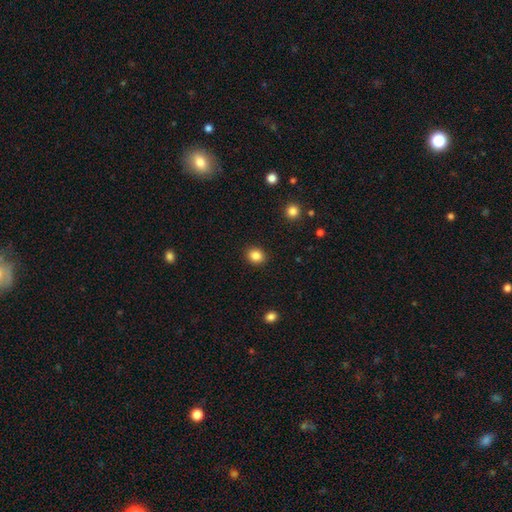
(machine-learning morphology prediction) Smooth or featured? smooth (85%)
How rounded? round (75%)
Merging? none (91%)